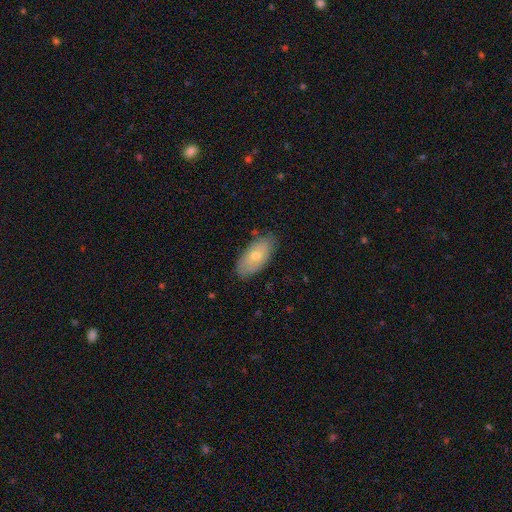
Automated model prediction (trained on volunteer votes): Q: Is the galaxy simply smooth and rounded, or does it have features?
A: smooth — 69%.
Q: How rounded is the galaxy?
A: in between — 92%.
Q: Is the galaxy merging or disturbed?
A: none — 80%.